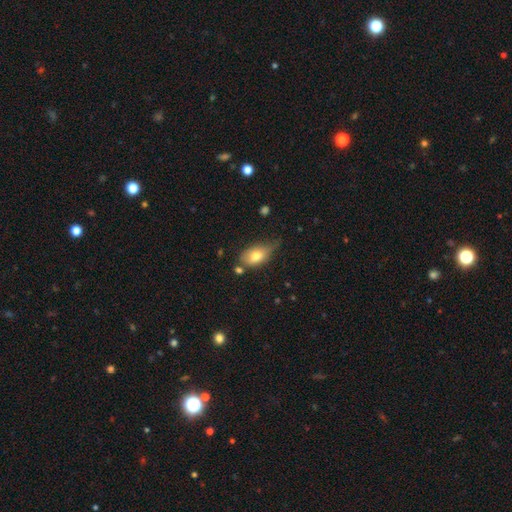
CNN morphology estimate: type=smooth (74%); roundness=in between (86%); merging=none (40%).